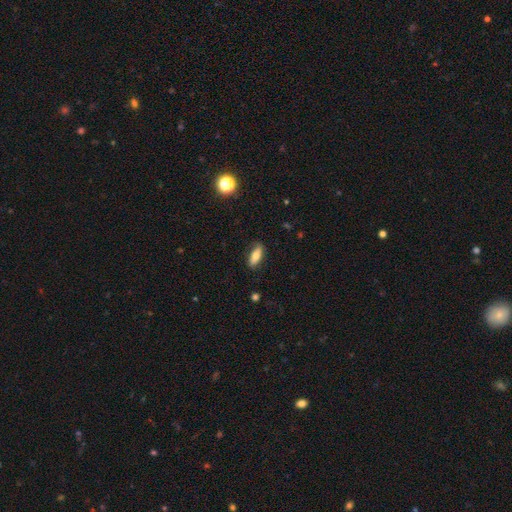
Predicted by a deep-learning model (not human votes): This appears to be a smooth galaxy with no disk features (74%) that is in between round and cigar-shaped (71%). Merging: none (82%).